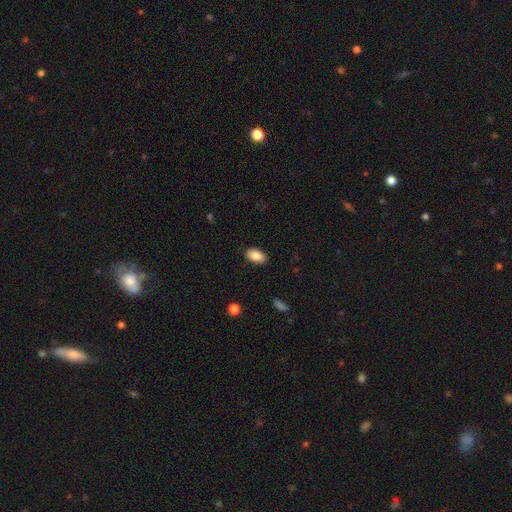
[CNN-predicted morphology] type=smooth (88%); roundness=in between (94%); merging=none (88%).